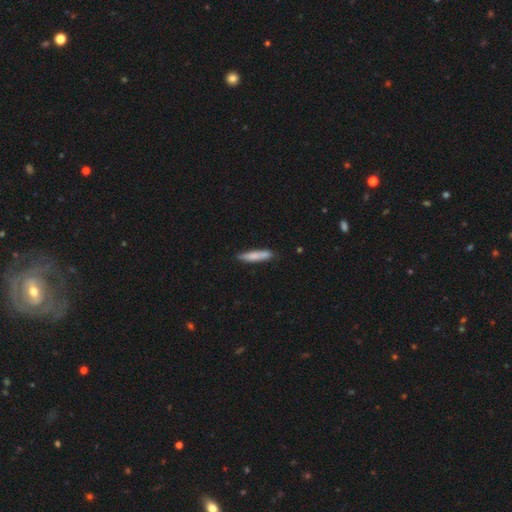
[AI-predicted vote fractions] Q: Smooth or featured?
A: smooth (76%); runner-up: featured or disk (18%)
Q: How rounded?
A: cigar-shaped (88%); runner-up: in between (11%)
Q: Merging?
A: none (80%); runner-up: minor disturbance (14%)